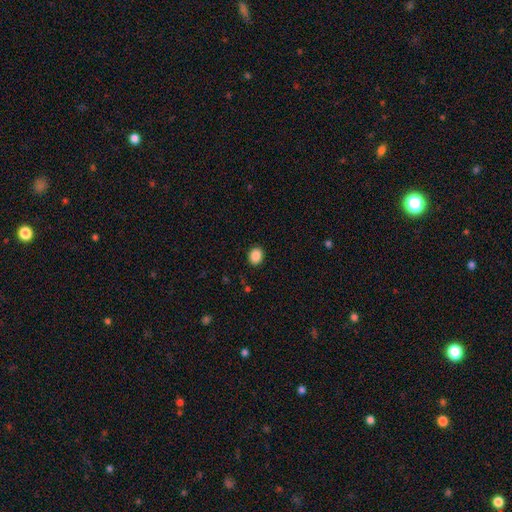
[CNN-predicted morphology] Smooth or featured? smooth (89%)
How rounded? round (54%)
Merging? none (90%)